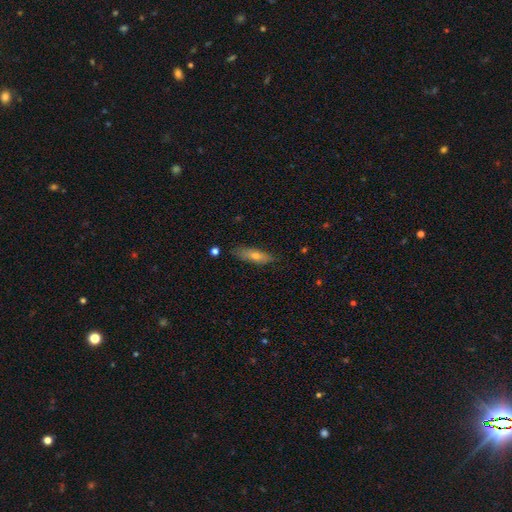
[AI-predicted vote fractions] This is possibly a smooth galaxy (57%). How rounded: likely cigar-shaped (62%). Merging: clearly none (83%).